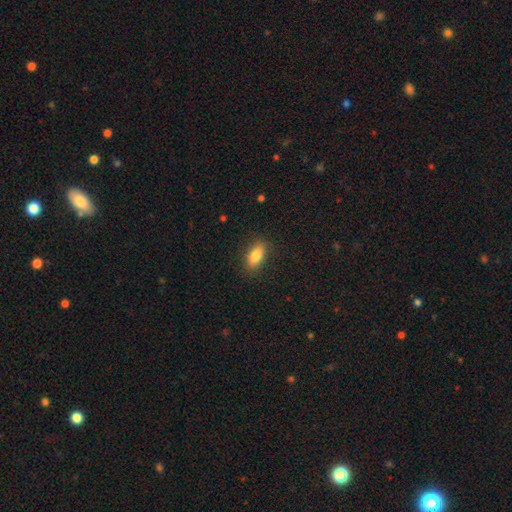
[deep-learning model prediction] Q: Smooth or featured?
A: smooth (82%); runner-up: featured or disk (10%)
Q: How rounded?
A: in between (85%); runner-up: cigar-shaped (10%)
Q: Merging?
A: none (87%); runner-up: minor disturbance (9%)